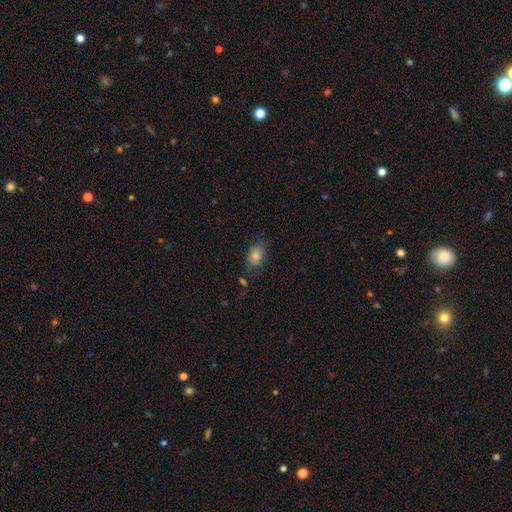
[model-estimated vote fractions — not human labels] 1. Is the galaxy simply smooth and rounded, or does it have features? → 83% smooth, 9% star or artifact, 8% featured or disk.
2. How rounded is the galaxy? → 79% in between, 20% round, 1% cigar-shaped.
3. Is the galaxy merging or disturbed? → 69% none, 22% minor disturbance, 6% major disturbance, 3% merger.